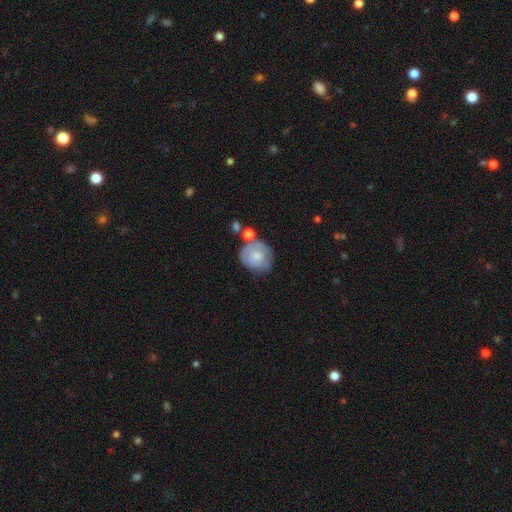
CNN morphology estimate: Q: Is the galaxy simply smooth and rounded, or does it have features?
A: smooth — 50%.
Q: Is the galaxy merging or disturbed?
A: none — 51%.